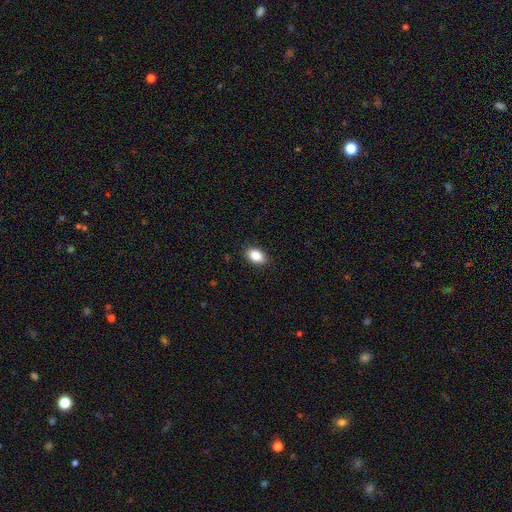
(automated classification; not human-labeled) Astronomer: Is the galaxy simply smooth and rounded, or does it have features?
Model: smooth — 88%.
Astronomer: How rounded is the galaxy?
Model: in between — 86%.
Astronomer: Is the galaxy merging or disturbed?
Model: none — 89%.